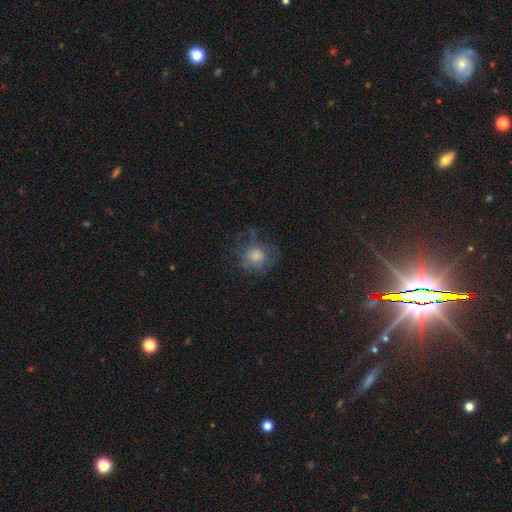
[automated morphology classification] A smooth galaxy with no disk features (51%) that is round (81%).

Vote fractions:
- Smooth or featured? smooth: 51% / featured or disk: 29% / star or artifact: 20%
- How rounded? round: 81% / in between: 18% / cigar-shaped: 1%
- Merging? none: 60% / minor disturbance: 20% / major disturbance: 18% / merger: 2%